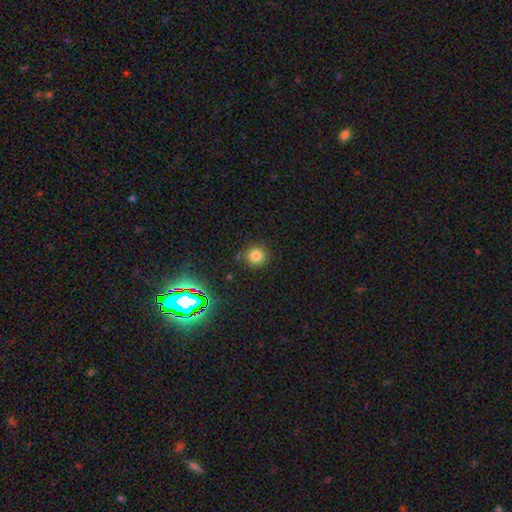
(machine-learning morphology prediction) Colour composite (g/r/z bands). It shows a smooth galaxy with no disk features (78%) that is round (91%). Merging: none (79%).